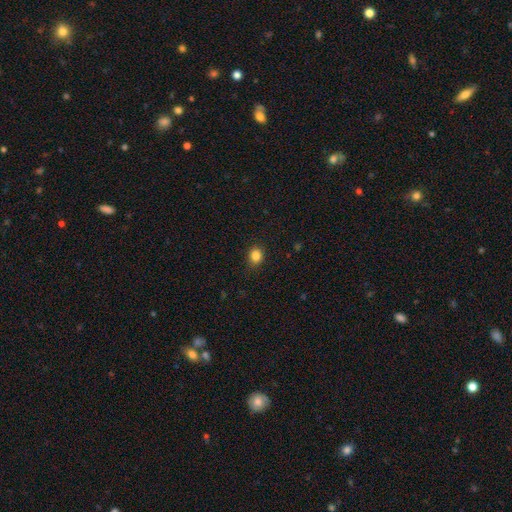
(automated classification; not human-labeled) smooth_or_featured: smooth (p=0.84) [alt: star or artifact p=0.12]
how_rounded: round (p=0.66) [alt: in between p=0.33]
merging: none (p=0.86) [alt: minor disturbance p=0.10]